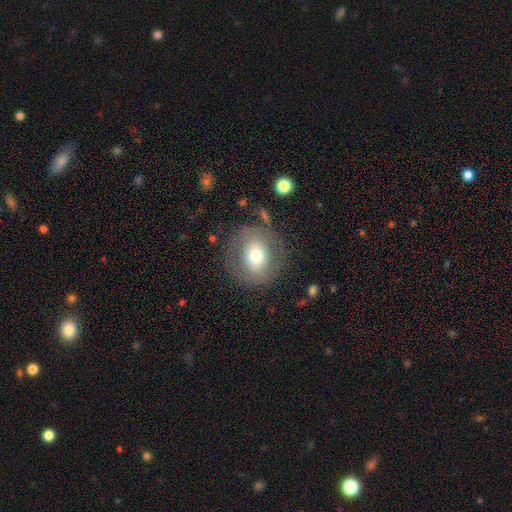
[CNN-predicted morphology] A smooth galaxy with no disk features (59%) that is round (79%).

Vote fractions:
- Smooth or featured? smooth: 59% / featured or disk: 32% / star or artifact: 9%
- How rounded? round: 79% / in between: 20% / cigar-shaped: 1%
- Merging? none: 77% / minor disturbance: 12% / major disturbance: 8% / merger: 2%